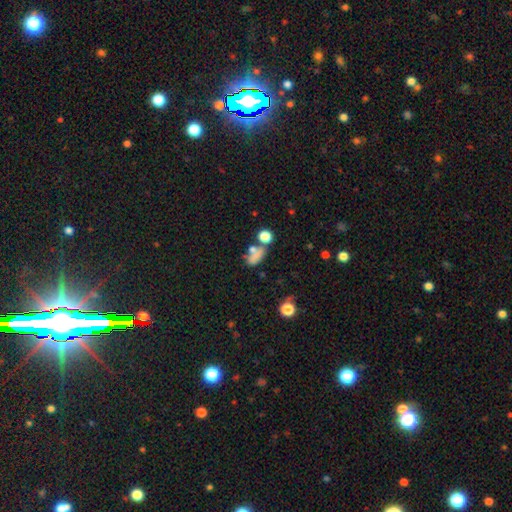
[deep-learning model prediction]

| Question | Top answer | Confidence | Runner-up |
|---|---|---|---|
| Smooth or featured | smooth | 66% | star or artifact (17%) |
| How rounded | in between | 73% | round (21%) |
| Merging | none | 36% | merger (32%) |